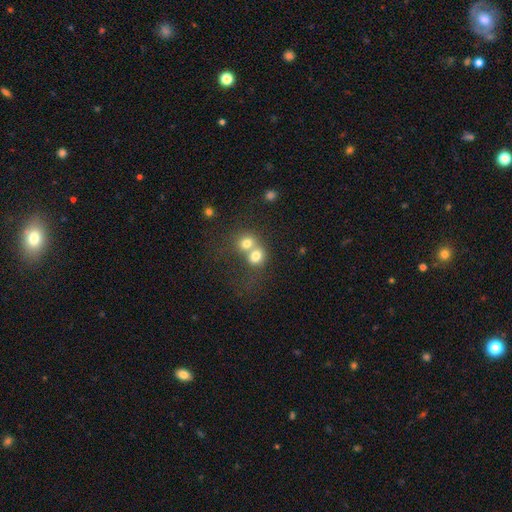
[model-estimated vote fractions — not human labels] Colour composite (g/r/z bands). It shows a smooth galaxy with no disk features (72%) that is round (73%). Merging: merger (66%).